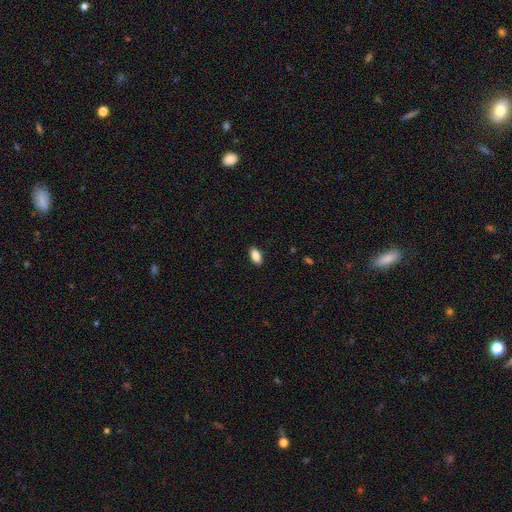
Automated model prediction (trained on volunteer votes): smooth 87%, star or artifact 8%, featured or disk 6%. Down the decision tree: how rounded — in between (91%); merging — none (88%).